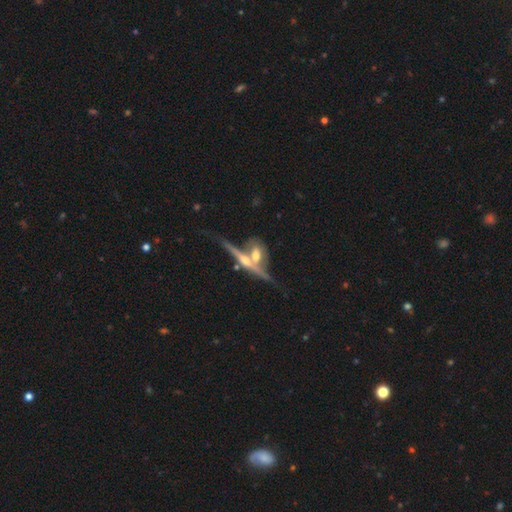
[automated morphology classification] Smooth or featured? featured or disk (69%)
Edge-on disk? yes (82%)
Edge-on bulge? rounded (76%)
Merging? merger (47%)